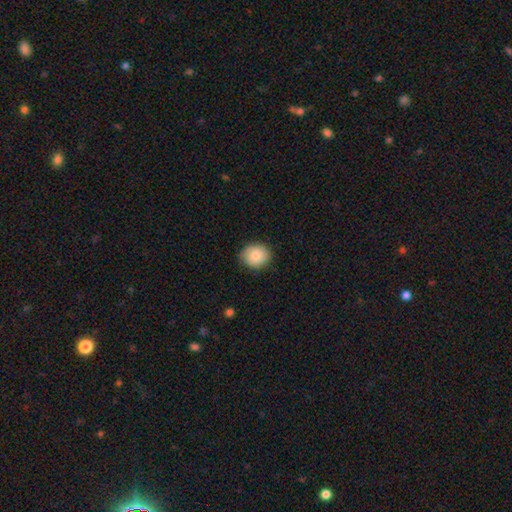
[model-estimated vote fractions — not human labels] This is clearly a smooth galaxy (85%). How rounded: likely round (70%). Merging: clearly none (82%).